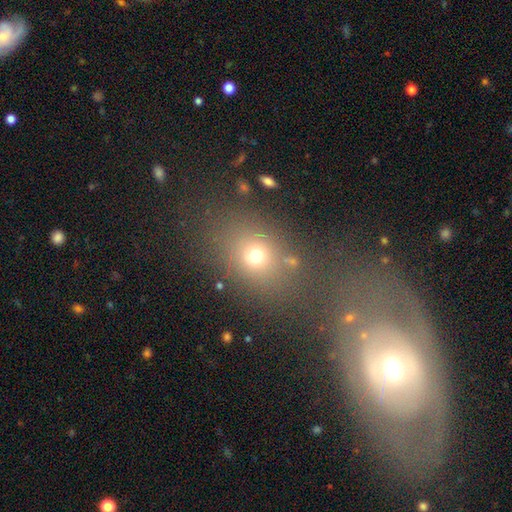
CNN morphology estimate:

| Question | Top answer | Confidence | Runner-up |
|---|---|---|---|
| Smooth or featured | smooth | 68% | star or artifact (21%) |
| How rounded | round | 57% | in between (41%) |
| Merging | none | 71% | minor disturbance (13%) |